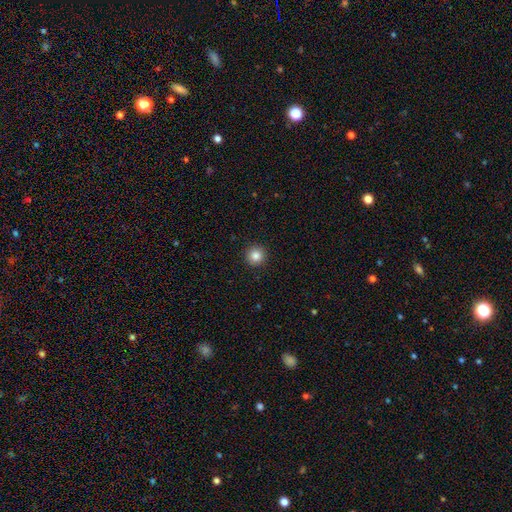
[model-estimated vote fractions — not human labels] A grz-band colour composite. It shows a smooth galaxy with no disk features (84%) that is round (96%). Merging: none (93%).